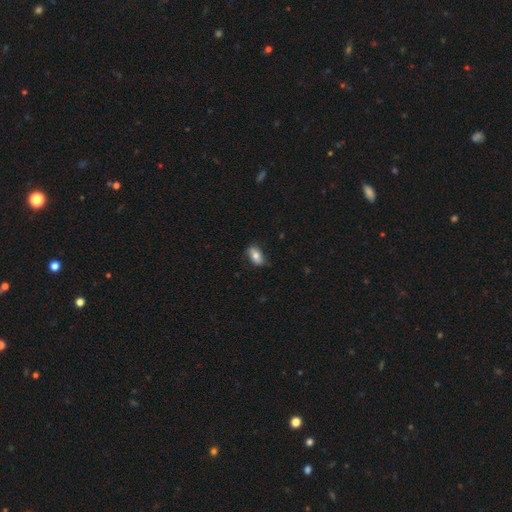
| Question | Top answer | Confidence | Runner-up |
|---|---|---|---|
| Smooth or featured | smooth | 82% | featured or disk (13%) |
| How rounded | in between | 94% | round (6%) |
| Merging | none | 70% | minor disturbance (27%) |